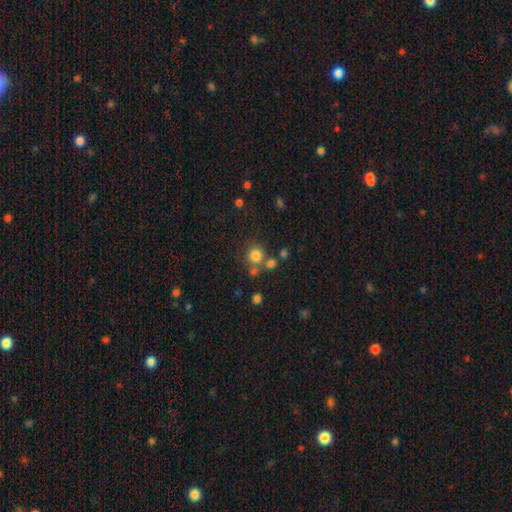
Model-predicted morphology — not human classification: type=smooth (79%); roundness=round (89%); merging=none (67%).